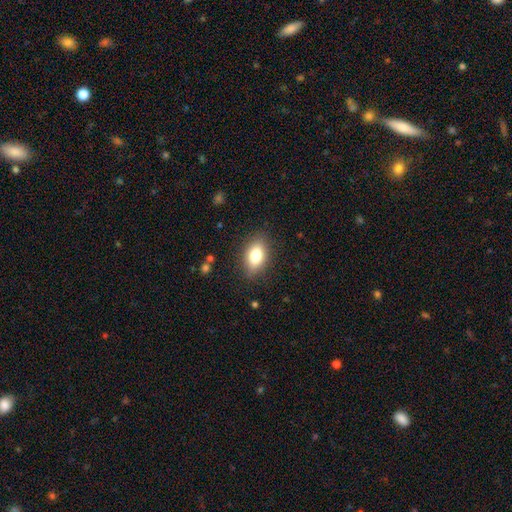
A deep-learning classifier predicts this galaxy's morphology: smooth-or-featured: smooth: 79% | featured or disk: 13% | star or artifact: 8%
  how-rounded: in between: 86% | round: 10% | cigar-shaped: 4%
  merging: none: 84% | minor disturbance: 12% | major disturbance: 3% | merger: 1%